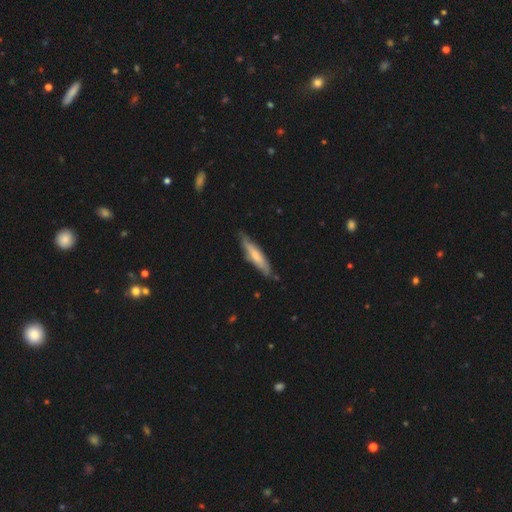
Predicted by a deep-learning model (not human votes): Q: Smooth or featured?
A: smooth (59%); runner-up: featured or disk (36%)
Q: How rounded?
A: cigar-shaped (82%); runner-up: in between (16%)
Q: Merging?
A: none (77%); runner-up: minor disturbance (19%)